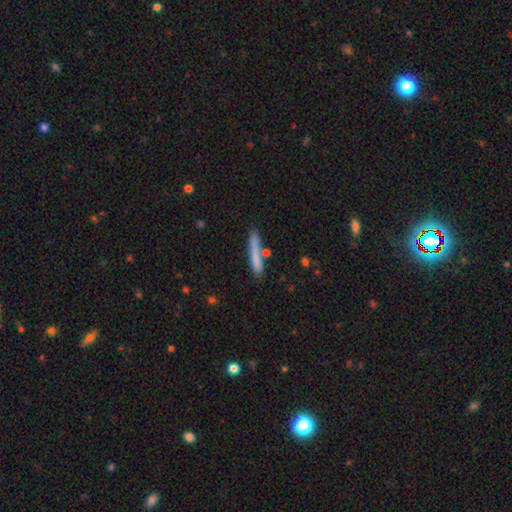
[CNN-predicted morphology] type=smooth (76%); roundness=cigar-shaped (94%); merging=none (76%).